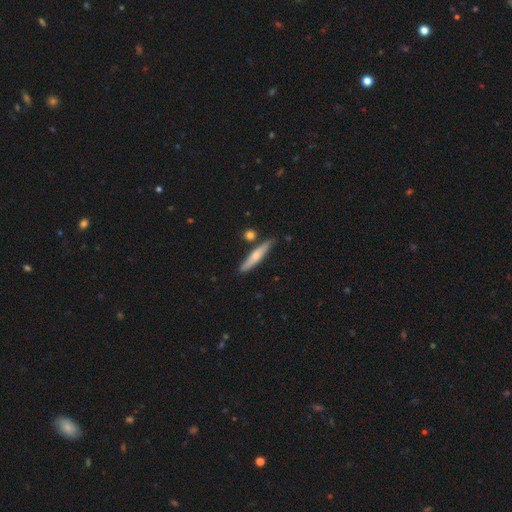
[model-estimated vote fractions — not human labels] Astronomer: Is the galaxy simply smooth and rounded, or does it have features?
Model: smooth — 55% (runner-up: featured or disk, 39%).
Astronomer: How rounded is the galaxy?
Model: cigar-shaped — 89%.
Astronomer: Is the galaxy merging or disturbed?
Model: none — 80%.